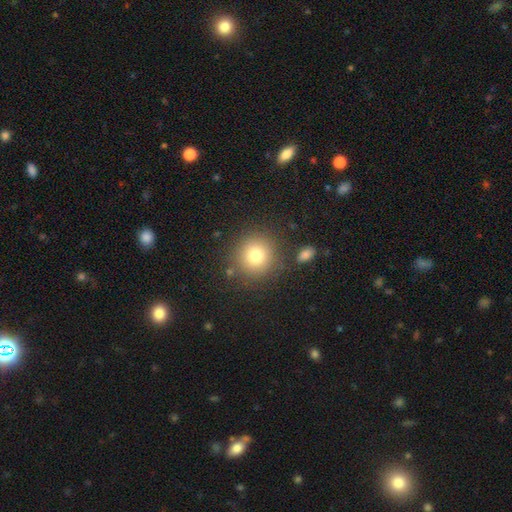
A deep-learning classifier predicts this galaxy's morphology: smooth 77%, star or artifact 12%, featured or disk 10%. Down the decision tree: how rounded — round (90%); merging — none (83%).